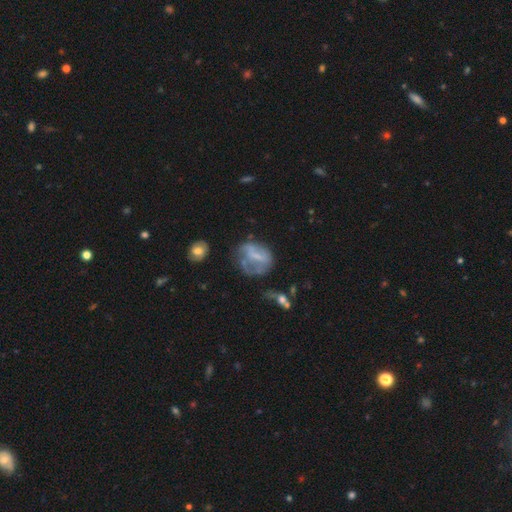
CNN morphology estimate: smooth_or_featured: featured or disk (p=0.50) [alt: smooth p=0.38]
merging: none (p=0.39) [alt: major disturbance p=0.31]